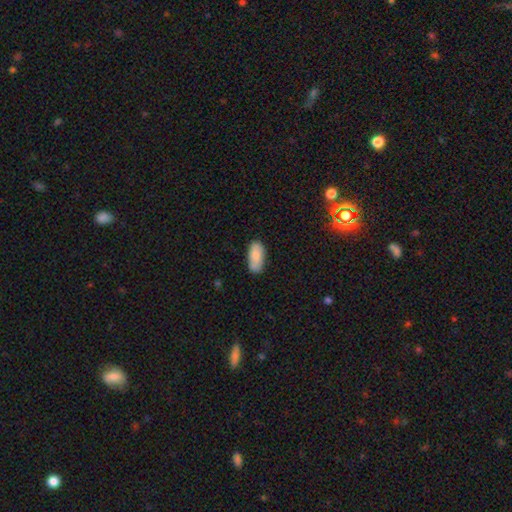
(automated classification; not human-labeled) A smooth galaxy with no disk features (85%) that is in between round and cigar-shaped (89%). Merging: none (78%).